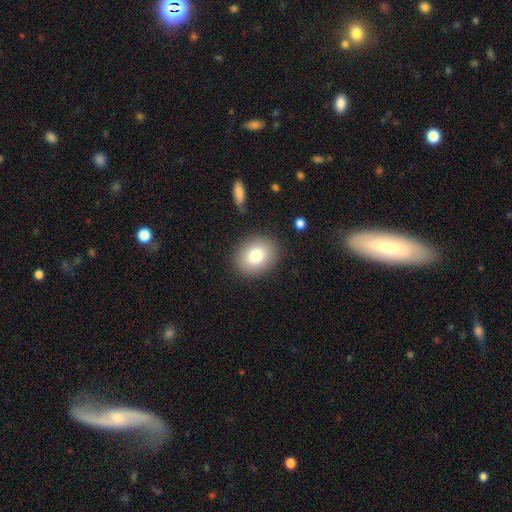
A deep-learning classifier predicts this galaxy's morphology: smooth-or-featured: smooth: 80% | featured or disk: 11% | star or artifact: 9%
  how-rounded: round: 55% | in between: 44% | cigar-shaped: 1%
  merging: none: 87% | minor disturbance: 9% | major disturbance: 3% | merger: 2%